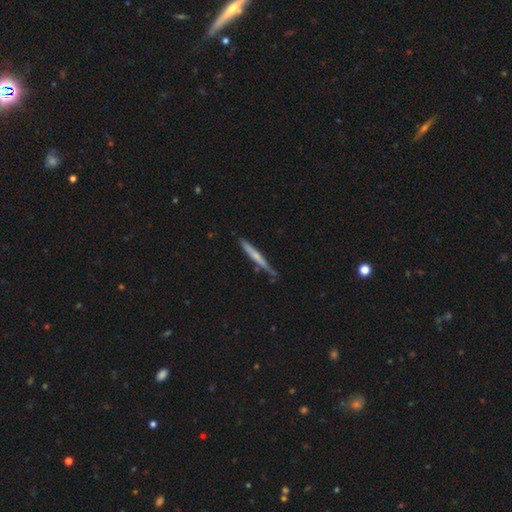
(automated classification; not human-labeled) smooth-or-featured: smooth: 50% | featured or disk: 44% | star or artifact: 6%
  how-rounded: cigar-shaped: 96% | in between: 3% | round: 1%
  merging: none: 74% | minor disturbance: 20% | major disturbance: 3% | merger: 3%